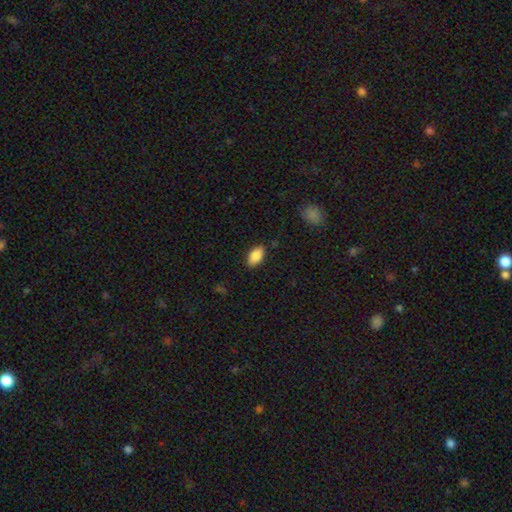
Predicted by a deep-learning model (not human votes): The model was most divided on "merging": none: 85%, minor disturbance: 11%, major disturbance: 2%, merger: 1%. More confident: how rounded — in between (93%); smooth or featured — smooth (86%).